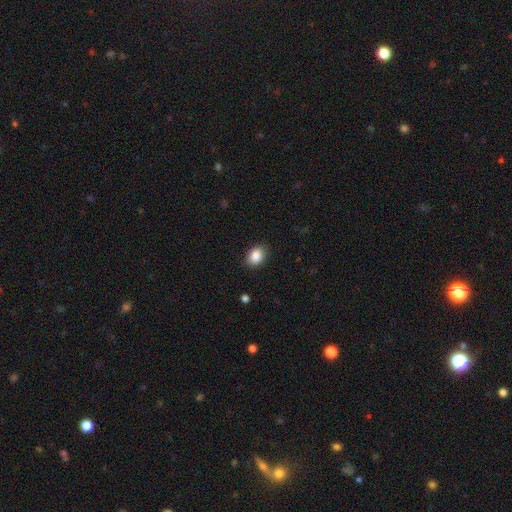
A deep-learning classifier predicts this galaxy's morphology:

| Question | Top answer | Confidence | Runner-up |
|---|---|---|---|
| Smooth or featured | smooth | 87% | star or artifact (8%) |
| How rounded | in between | 66% | round (33%) |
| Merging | none | 87% | minor disturbance (10%) |